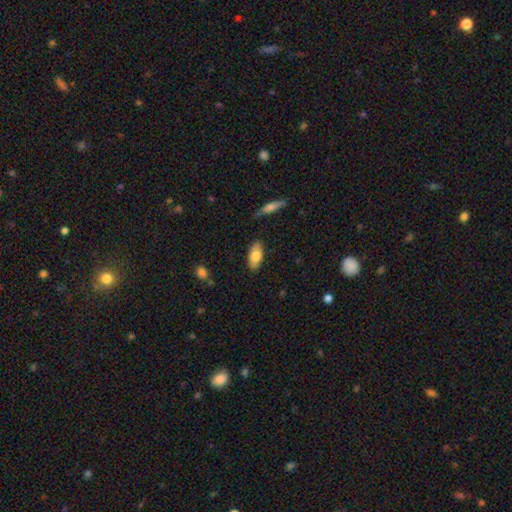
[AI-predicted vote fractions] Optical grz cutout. It shows a smooth galaxy with no disk features (75%) that is in between round and cigar-shaped (86%). Merging: none (84%).